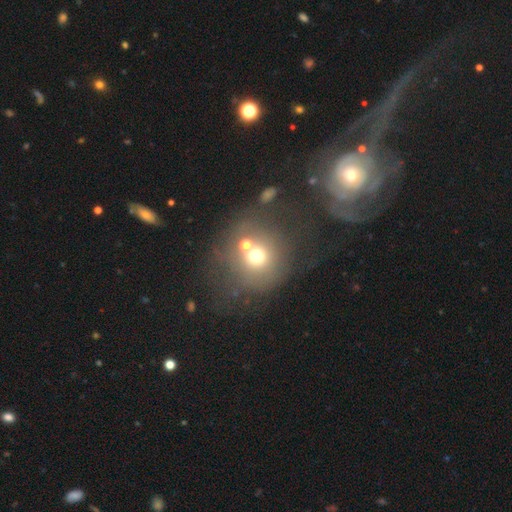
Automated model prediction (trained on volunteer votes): Smooth or featured?
  - smooth: 61% *
  - featured or disk: 20%
  - star or artifact: 19%
How rounded?
  - round: 90% *
  - in between: 9%
  - cigar-shaped: 1%
Merging?
  - none: 49% *
  - merger: 27%
  - minor disturbance: 12%
  - major disturbance: 11%